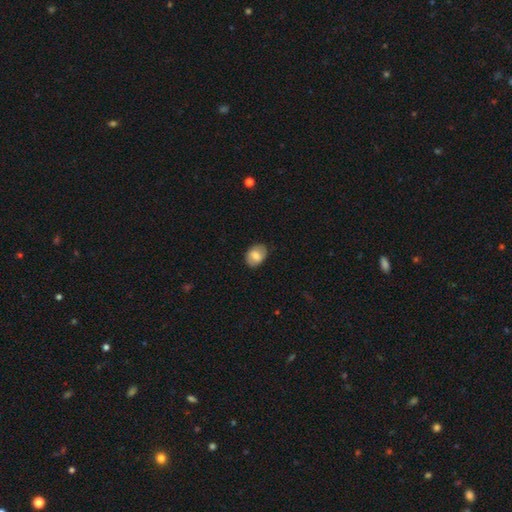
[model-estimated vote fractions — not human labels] A smooth galaxy with no disk features (70%) that is in between round and cigar-shaped (73%).

Vote fractions:
- Smooth or featured? smooth: 70% / featured or disk: 23% / star or artifact: 7%
- How rounded? in between: 73% / round: 26% / cigar-shaped: 1%
- Merging? none: 81% / minor disturbance: 15% / major disturbance: 3% / merger: 1%